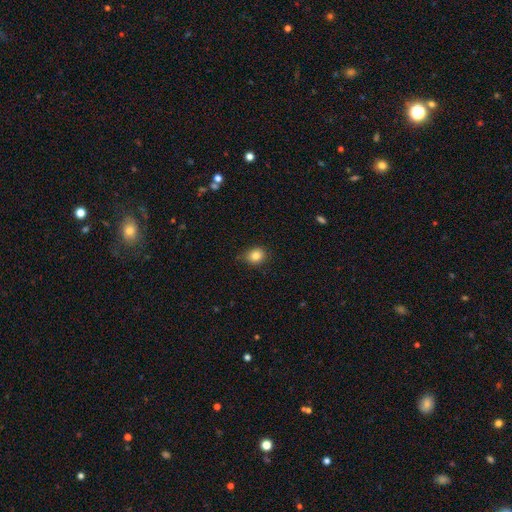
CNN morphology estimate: Overall: smooth (83%). How rounded: round (70%). Merging: none (80%).